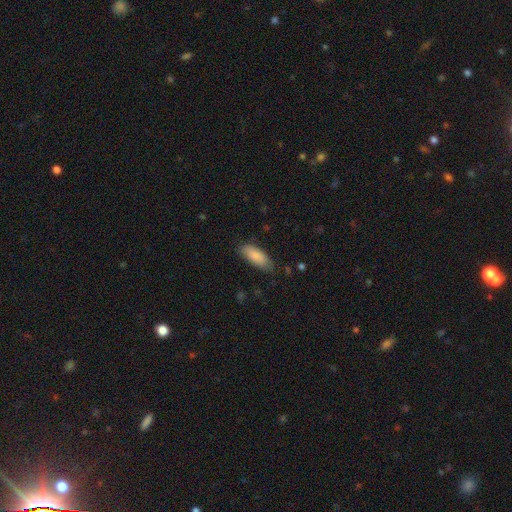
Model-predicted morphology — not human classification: The model was most divided on "how rounded": in between: 78%, cigar-shaped: 20%, round: 2%. More confident: smooth or featured — smooth (87%); merging — none (77%).